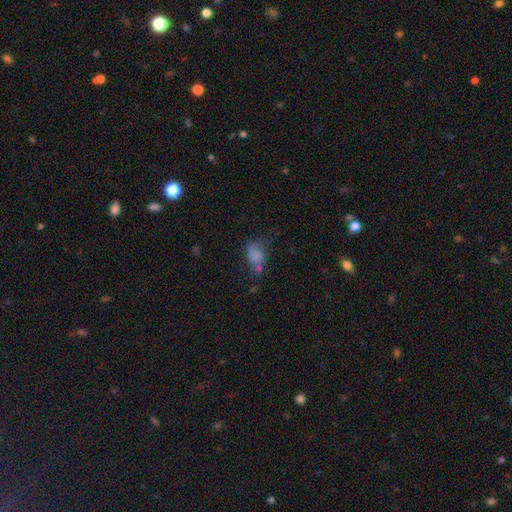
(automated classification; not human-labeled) Smooth or featured? smooth (65%)
How rounded? in between (80%)
Merging? none (32%)